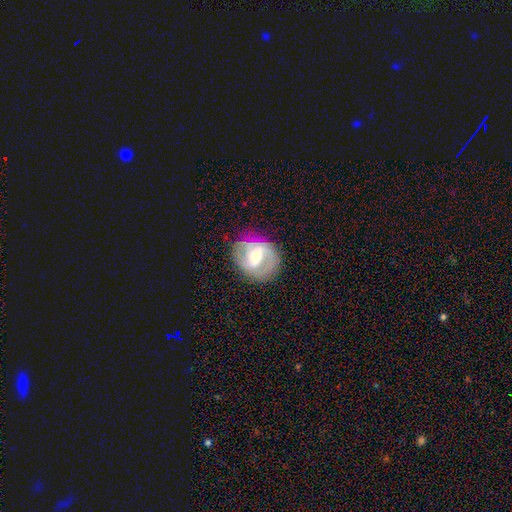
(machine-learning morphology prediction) Overall: featured or disk (76%). Edge-on disk: no (97%). Bar: weak (46%; strong 35%). Spiral arms: yes (82%). Spiral arm count: 2 (79%). Spiral winding: medium (46%; tight 35%). Bulge size: moderate (64%; small 27%). Merging: none (77%).